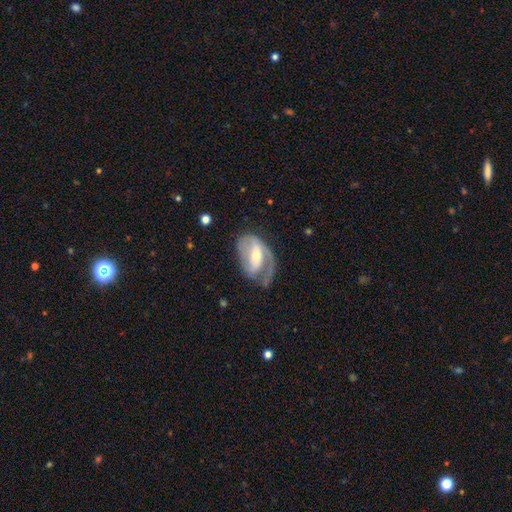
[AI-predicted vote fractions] smooth-or-featured: featured or disk: 75% | smooth: 20% | star or artifact: 5%
  disk-edge-on: no: 95% | yes: 5%
    bar: strong: 37% | weak: 36% | no: 26%
    has-spiral-arms: yes: 81% | no: 19%
      spiral-winding: medium: 42% | tight: 32% | loose: 25%
      spiral-arm-count: 2: 48% | 1: 35% | can't tell: 13% | 3: 2% | 4: 1% | more than 4: 1%
    bulge-size: moderate: 49% | small: 45% | large: 4% | none: 1% | dominant: 1%
  merging: none: 40% | major disturbance: 31% | minor disturbance: 26% | merger: 2%